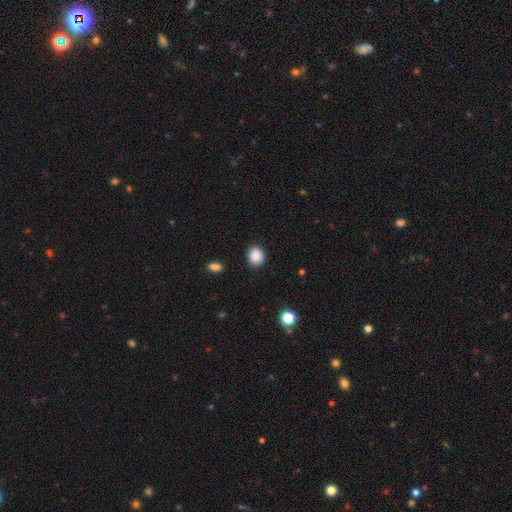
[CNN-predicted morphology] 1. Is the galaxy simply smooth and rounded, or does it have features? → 88% smooth, 9% star or artifact, 3% featured or disk.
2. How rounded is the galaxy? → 72% round, 27% in between, 1% cigar-shaped.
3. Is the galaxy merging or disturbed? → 89% none, 7% minor disturbance, 2% major disturbance, 1% merger.